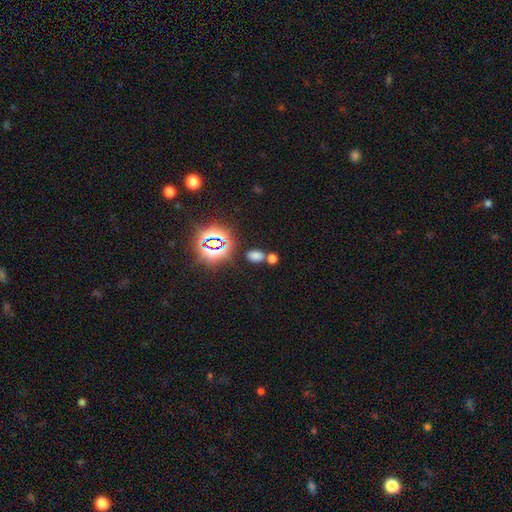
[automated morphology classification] smooth_or_featured: smooth (p=0.63) [alt: star or artifact p=0.31]
how_rounded: in between (p=0.84) [alt: round p=0.13]
merging: none (p=0.63) [alt: merger p=0.23]